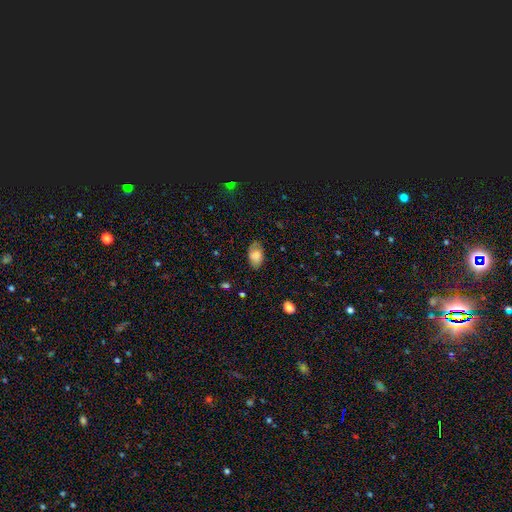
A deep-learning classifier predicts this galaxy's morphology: Smooth or featured: smooth — 71% (featured or disk — 20%)
How rounded: in between — 92% (round — 6%)
Merging: none — 75% (minor disturbance — 19%)